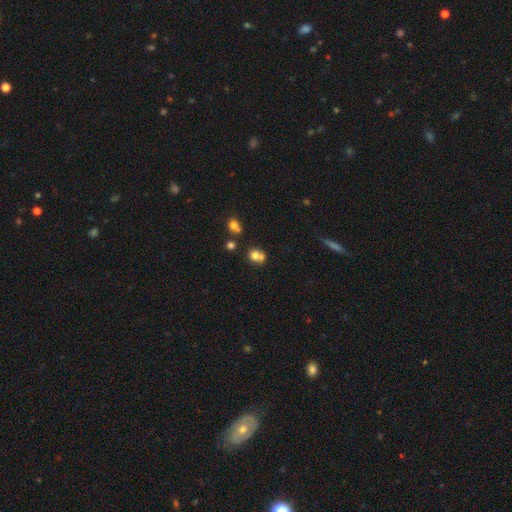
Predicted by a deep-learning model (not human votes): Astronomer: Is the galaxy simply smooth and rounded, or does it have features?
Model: smooth — 73%.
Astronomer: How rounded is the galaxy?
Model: round — 73%.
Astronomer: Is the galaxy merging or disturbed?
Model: merger — 43% (runner-up: none, 41%).